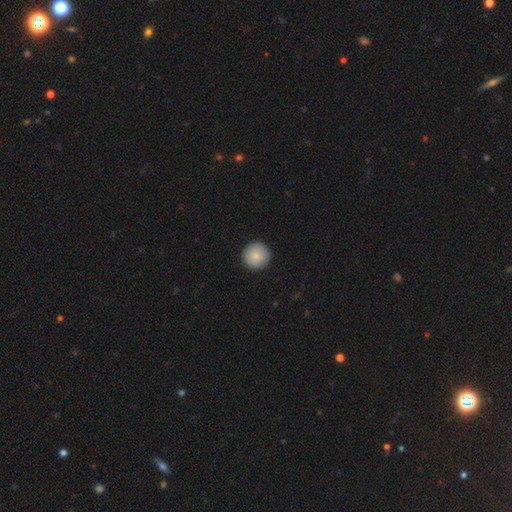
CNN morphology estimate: A smooth galaxy with no disk features (86%) that is round (96%).

Vote fractions:
- Smooth or featured? smooth: 86% / featured or disk: 7% / star or artifact: 7%
- How rounded? round: 96% / in between: 3% / cigar-shaped: 1%
- Merging? none: 92% / minor disturbance: 5% / major disturbance: 1% / merger: 1%